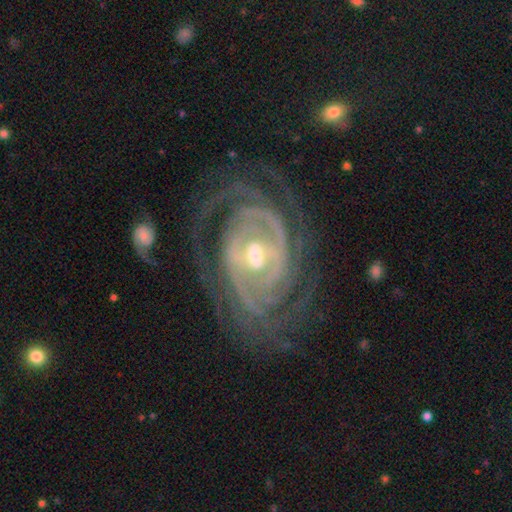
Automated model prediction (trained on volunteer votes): smooth_or_featured: featured or disk (p=0.92) [alt: star or artifact p=0.04]
disk_edge_on: no (p=0.96) [alt: yes p=0.04]
bar: weak (p=0.43) [alt: strong p=0.36]
has_spiral_arms: yes (p=0.97) [alt: no p=0.03]
spiral_winding: tight (p=0.74) [alt: medium p=0.21]
spiral_arm_count: 2 (p=0.25) [alt: can't tell p=0.23]
bulge_size: moderate (p=0.61) [alt: small p=0.32]
merging: none (p=0.72) [alt: minor disturbance p=0.16]